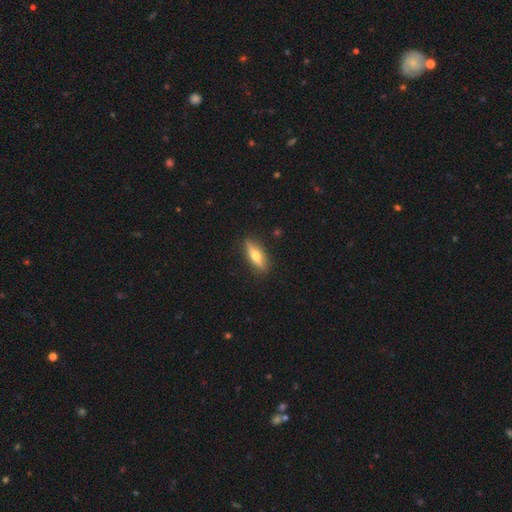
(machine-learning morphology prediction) Smooth or featured: smooth — 52% (featured or disk — 42%)
How rounded: cigar-shaped — 56% (in between — 41%)
Merging: none — 87% (minor disturbance — 10%)